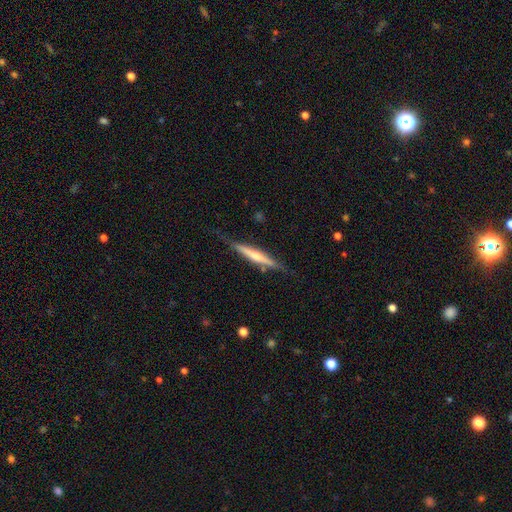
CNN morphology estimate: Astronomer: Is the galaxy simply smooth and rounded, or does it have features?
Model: featured or disk — 61%.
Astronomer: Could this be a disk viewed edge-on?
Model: yes — 96%.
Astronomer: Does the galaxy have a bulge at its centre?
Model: rounded — 65%.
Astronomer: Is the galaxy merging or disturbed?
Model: none — 74%.